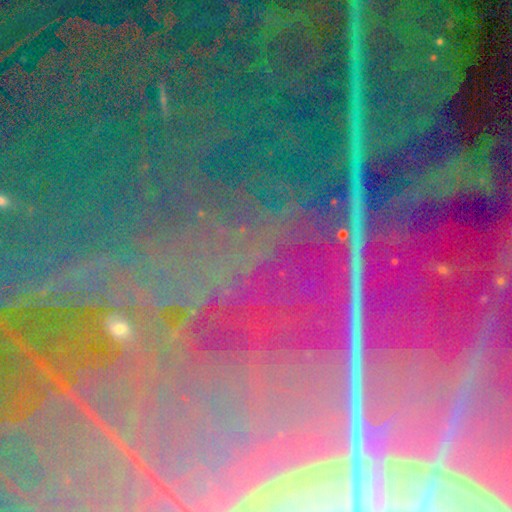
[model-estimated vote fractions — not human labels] A star or artifact, not a galaxy (87%).

Vote fractions:
- Smooth or featured? star or artifact: 87% / featured or disk: 8% / smooth: 6%